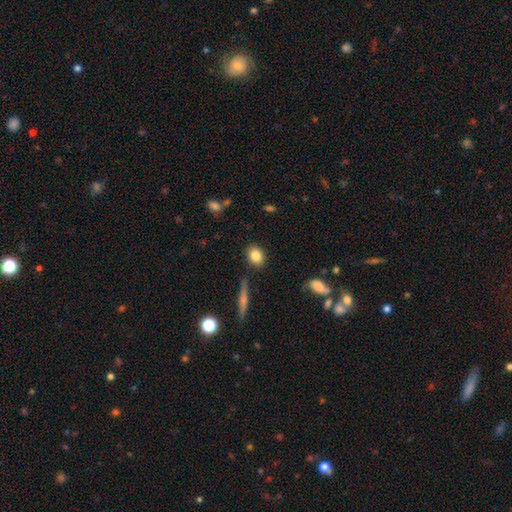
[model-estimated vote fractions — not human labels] Overall: smooth (83%). How rounded: in between (56%; round 41%). Merging: none (86%).